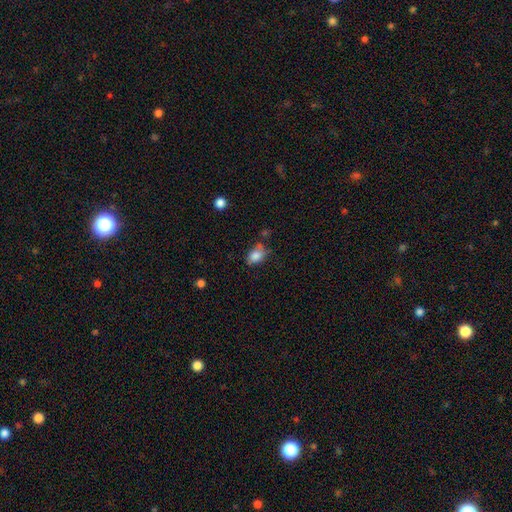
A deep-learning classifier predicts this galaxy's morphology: Smooth or featured: smooth — 80% (featured or disk — 11%)
How rounded: in between — 78% (round — 20%)
Merging: none — 50% (minor disturbance — 29%)